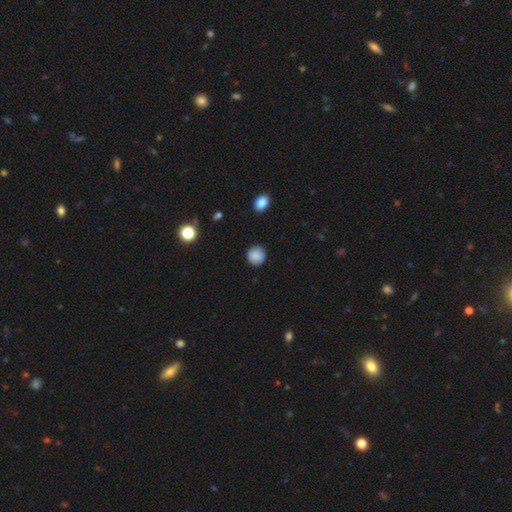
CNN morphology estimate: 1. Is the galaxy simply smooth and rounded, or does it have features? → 85% smooth, 9% star or artifact, 7% featured or disk.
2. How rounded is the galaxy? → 91% round, 8% in between, 1% cigar-shaped.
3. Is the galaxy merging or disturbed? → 87% none, 10% minor disturbance, 2% major disturbance, 1% merger.